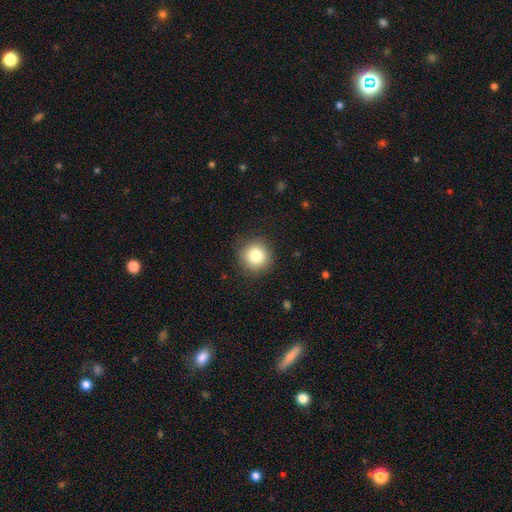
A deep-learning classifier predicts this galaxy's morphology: This appears to be a smooth galaxy with no disk features (82%) that is round (93%). Merging: none (88%).